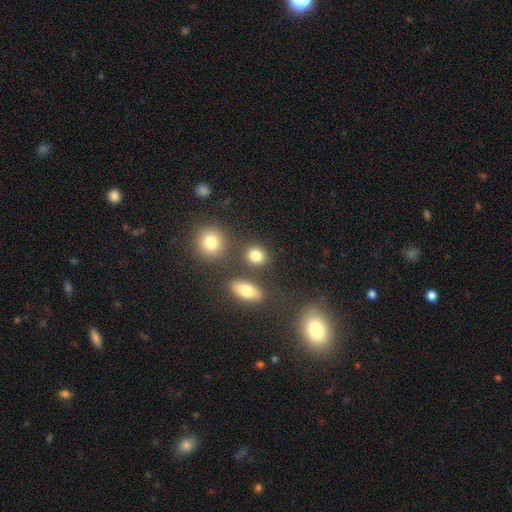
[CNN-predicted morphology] A smooth galaxy with no disk features (81%) that is round (66%).

Vote fractions:
- Smooth or featured? smooth: 81% / star or artifact: 12% / featured or disk: 7%
- How rounded? round: 66% / in between: 32% / cigar-shaped: 2%
- Merging? none: 76% / merger: 10% / minor disturbance: 9% / major disturbance: 4%